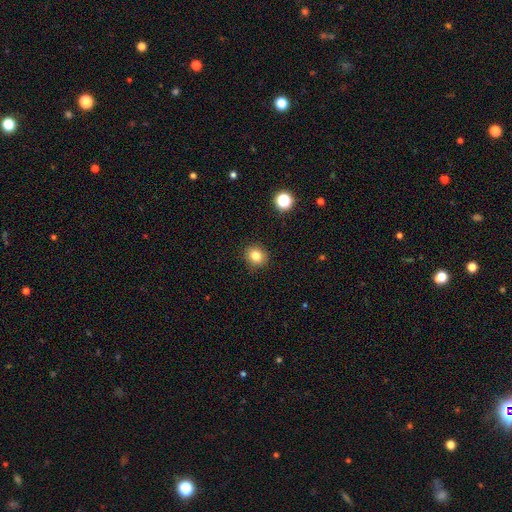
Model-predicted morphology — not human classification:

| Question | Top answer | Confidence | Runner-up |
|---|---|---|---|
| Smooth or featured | smooth | 81% | star or artifact (12%) |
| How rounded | round | 83% | in between (16%) |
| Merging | none | 90% | minor disturbance (7%) |